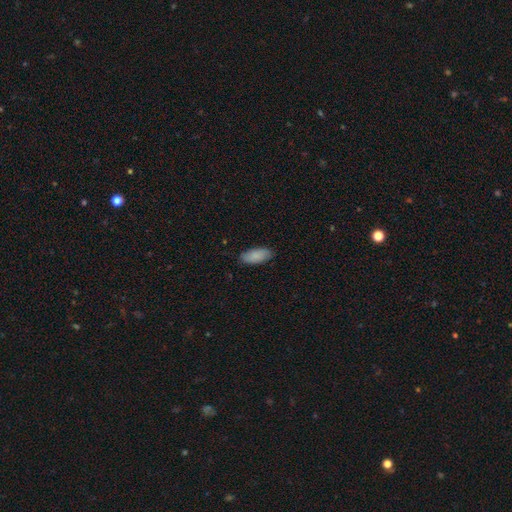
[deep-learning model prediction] smooth_or_featured: smooth (p=0.88) [alt: featured or disk p=0.07]
how_rounded: in between (p=0.87) [alt: cigar-shaped p=0.11]
merging: none (p=0.86) [alt: minor disturbance p=0.11]